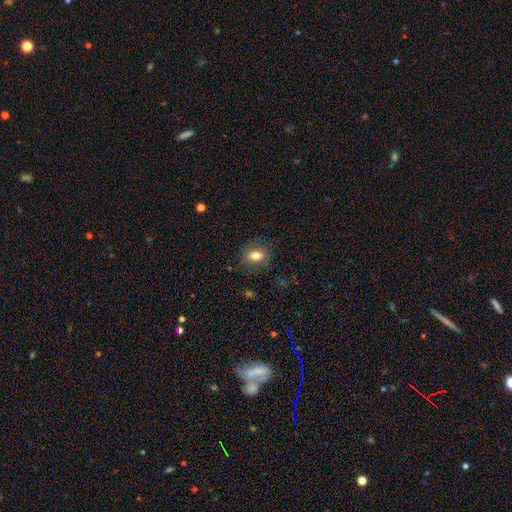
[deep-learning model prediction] smooth_or_featured: smooth (p=0.78) [alt: featured or disk p=0.12]
how_rounded: in between (p=0.62) [alt: round p=0.36]
merging: none (p=0.82) [alt: minor disturbance p=0.13]